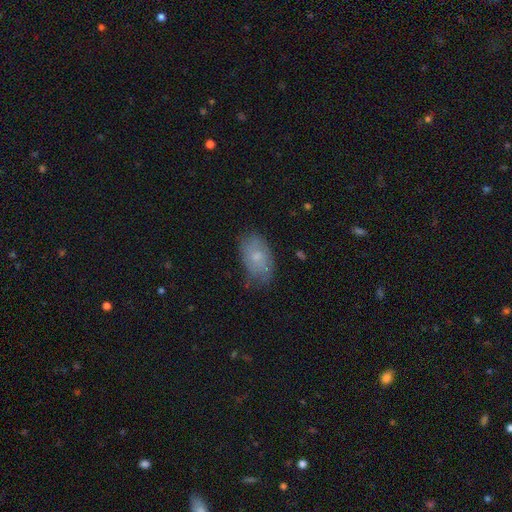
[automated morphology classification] This appears to be a smooth galaxy with no disk features (61%) that is in between round and cigar-shaped (92%). Merging: none (62%).